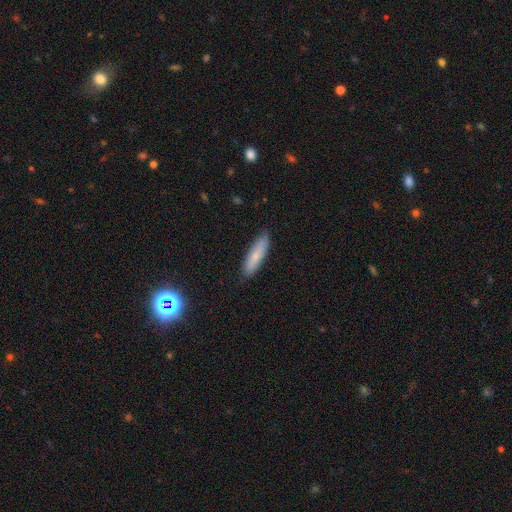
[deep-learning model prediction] Smooth or featured: smooth — 73% (featured or disk — 20%)
How rounded: cigar-shaped — 69% (in between — 29%)
Merging: none — 85% (minor disturbance — 12%)